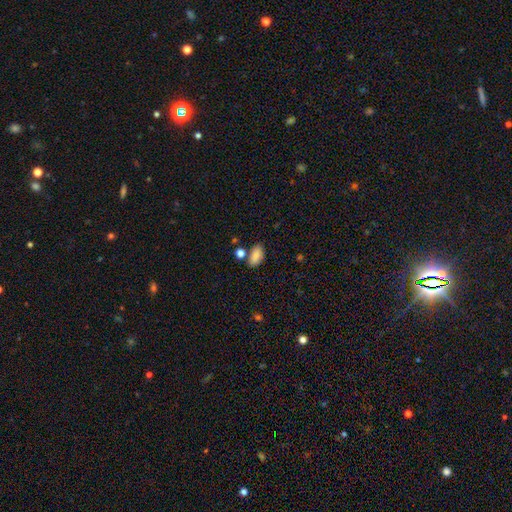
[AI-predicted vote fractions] Smooth or featured: smooth — 86% (star or artifact — 8%)
How rounded: in between — 91% (round — 6%)
Merging: none — 69% (minor disturbance — 14%)